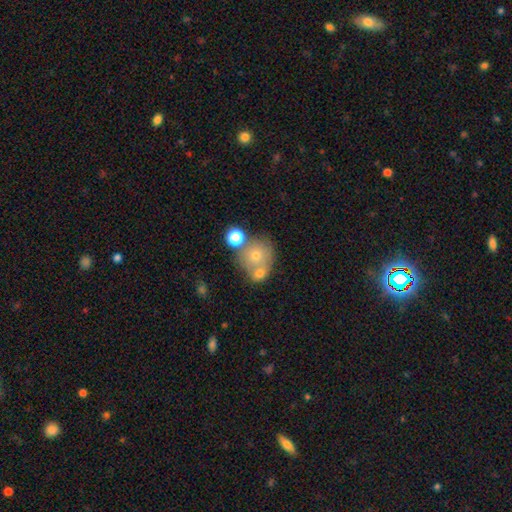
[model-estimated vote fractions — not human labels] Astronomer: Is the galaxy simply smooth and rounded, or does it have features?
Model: smooth — 63%.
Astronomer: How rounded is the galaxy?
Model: round — 81%.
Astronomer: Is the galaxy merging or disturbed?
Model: merger — 43% (runner-up: none, 42%).